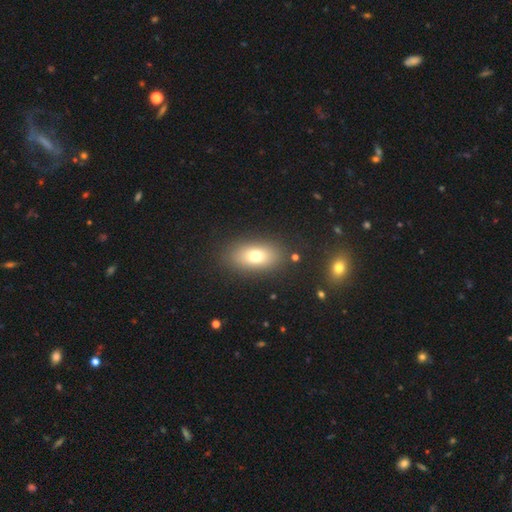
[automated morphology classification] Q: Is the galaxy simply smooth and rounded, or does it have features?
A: smooth — 73%.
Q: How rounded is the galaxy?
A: in between — 85%.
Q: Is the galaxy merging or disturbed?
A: none — 85%.